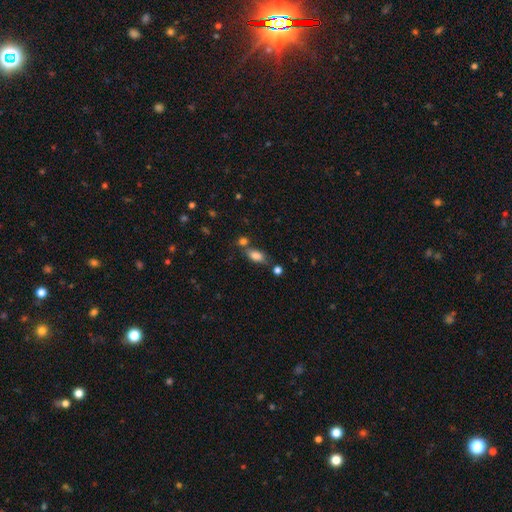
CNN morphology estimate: This is clearly a smooth galaxy (82%). How rounded: clearly in between (85%). Merging: likely none (61%).